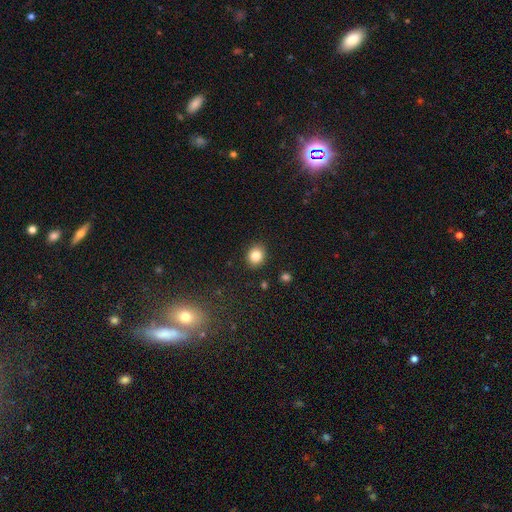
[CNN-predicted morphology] type=smooth (83%); roundness=round (63%); merging=none (90%).